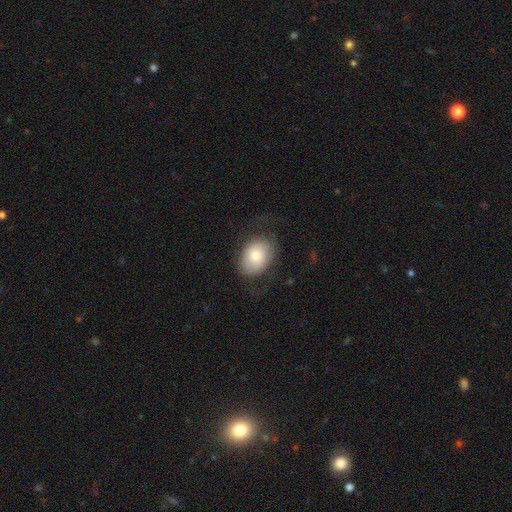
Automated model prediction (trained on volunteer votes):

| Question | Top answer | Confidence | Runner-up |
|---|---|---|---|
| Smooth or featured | smooth | 68% | featured or disk (25%) |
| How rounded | in between | 67% | round (32%) |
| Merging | none | 65% | minor disturbance (19%) |